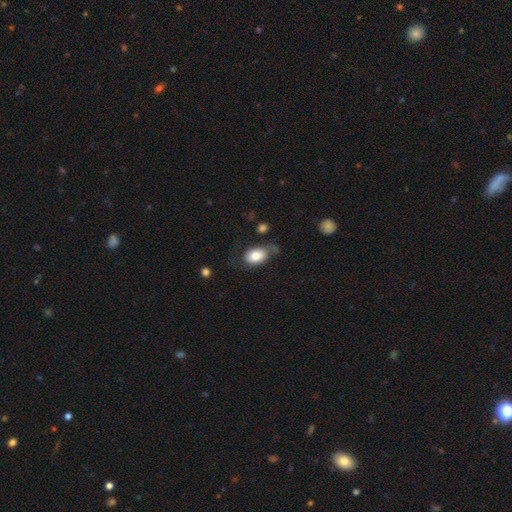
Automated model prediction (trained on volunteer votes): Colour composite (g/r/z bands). It shows a smooth galaxy with no disk features (70%) that is in between round and cigar-shaped (85%). Merging: none (42%).